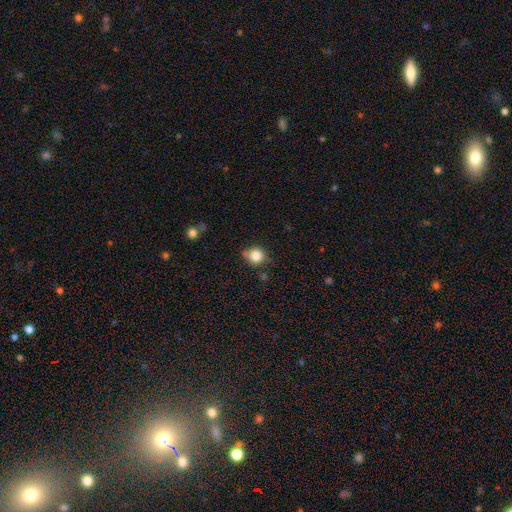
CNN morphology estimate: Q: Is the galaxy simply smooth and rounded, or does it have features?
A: smooth — 81%.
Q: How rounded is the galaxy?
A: round — 85%.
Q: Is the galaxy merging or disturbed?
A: none — 67%.